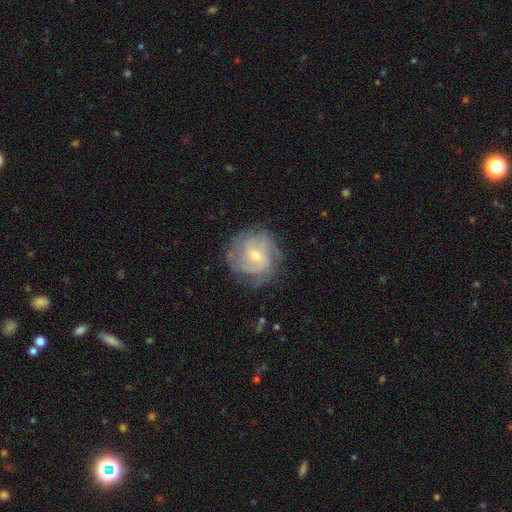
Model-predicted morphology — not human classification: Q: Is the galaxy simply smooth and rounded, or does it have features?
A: featured or disk — 78%.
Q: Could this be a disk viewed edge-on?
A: no — 98%.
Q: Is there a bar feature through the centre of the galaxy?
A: no — 51%.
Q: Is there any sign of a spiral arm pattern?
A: yes — 93%.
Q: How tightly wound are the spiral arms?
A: tight — 49%.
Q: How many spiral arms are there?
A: can't tell — 29%.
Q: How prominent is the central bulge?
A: small — 54%.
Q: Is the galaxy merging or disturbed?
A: none — 75%.